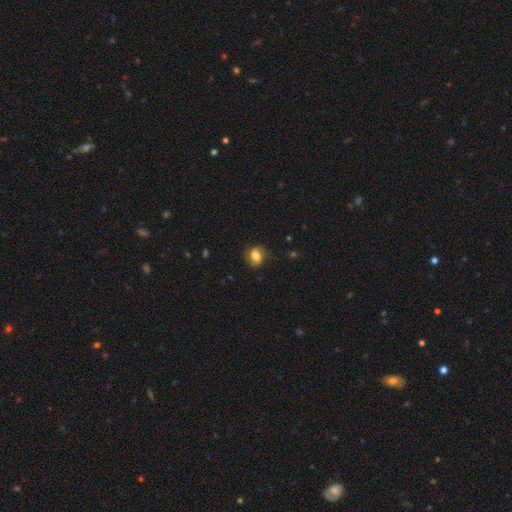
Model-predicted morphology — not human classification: smooth_or_featured: smooth (p=0.65) [alt: featured or disk p=0.26]
how_rounded: round (p=0.53) [alt: in between p=0.45]
merging: none (p=0.78) [alt: minor disturbance p=0.16]